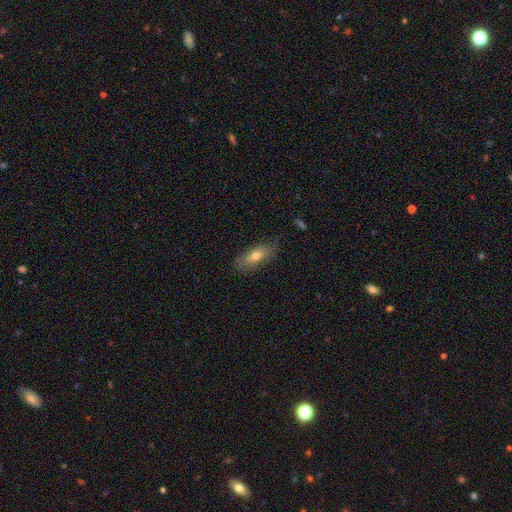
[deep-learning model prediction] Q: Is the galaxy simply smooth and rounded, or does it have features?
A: smooth — 63%.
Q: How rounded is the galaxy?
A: in between — 76%.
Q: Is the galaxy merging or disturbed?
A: none — 72%.